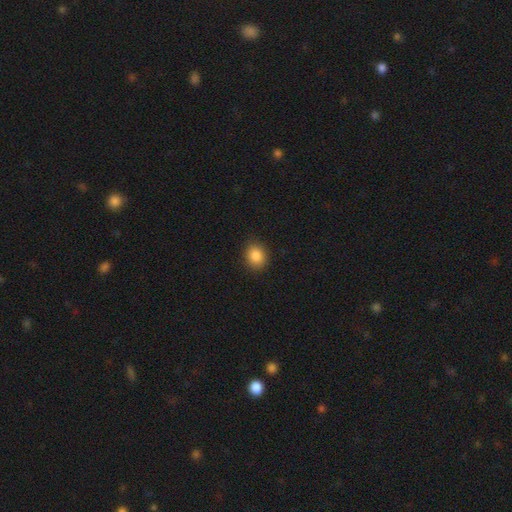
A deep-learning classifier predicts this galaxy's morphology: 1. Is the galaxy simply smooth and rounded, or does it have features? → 86% smooth, 10% star or artifact, 4% featured or disk.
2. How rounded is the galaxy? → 58% round, 41% in between, 1% cigar-shaped.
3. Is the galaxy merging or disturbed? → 88% none, 9% minor disturbance, 2% major disturbance, 1% merger.